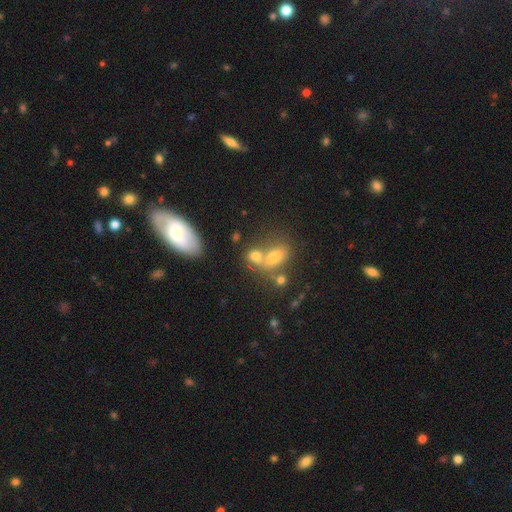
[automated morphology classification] This is likely a smooth galaxy (67%). How rounded: likely in between (69%). Merging: possibly merger (49%).